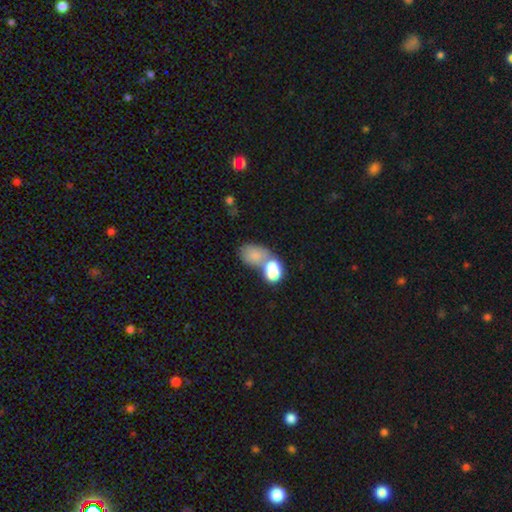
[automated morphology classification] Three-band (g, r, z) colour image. It shows a smooth galaxy with no disk features (66%) that is in between round and cigar-shaped (74%). Merging: merger (50%).